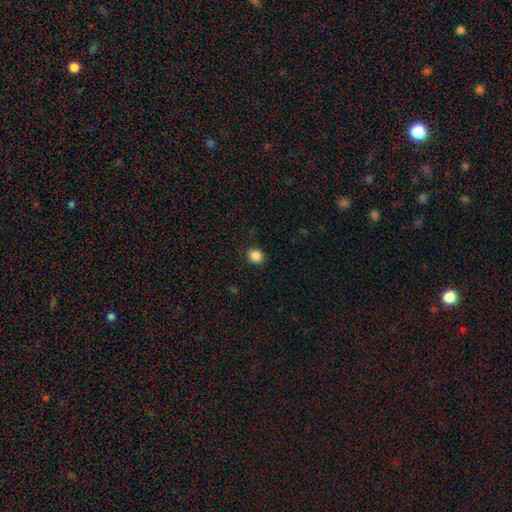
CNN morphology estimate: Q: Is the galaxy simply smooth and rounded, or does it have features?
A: smooth — 86%.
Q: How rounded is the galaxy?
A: round — 77%.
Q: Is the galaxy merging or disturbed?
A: none — 88%.